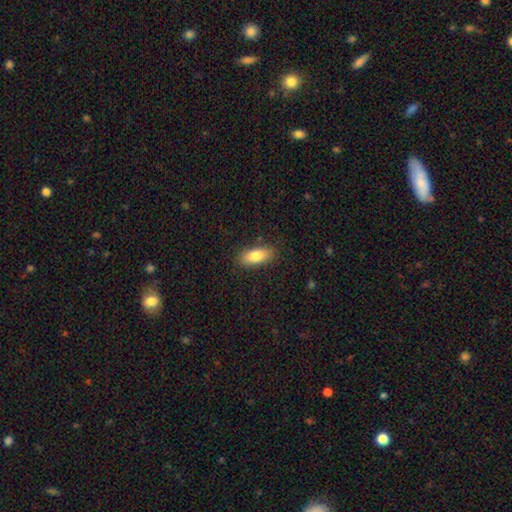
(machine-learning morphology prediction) smooth-or-featured: smooth: 81% | featured or disk: 13% | star or artifact: 7%
  how-rounded: in between: 82% | cigar-shaped: 15% | round: 3%
  merging: none: 85% | minor disturbance: 11% | major disturbance: 3% | merger: 1%